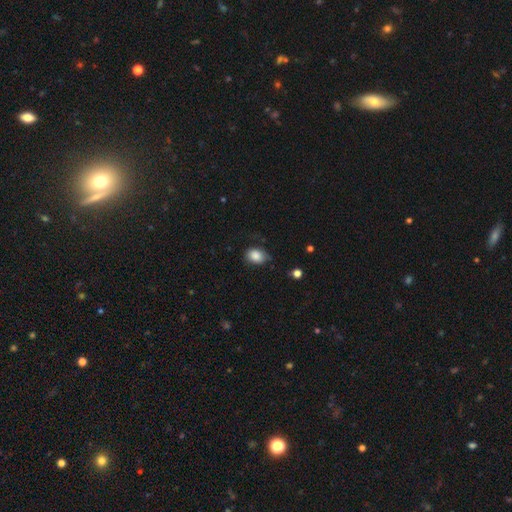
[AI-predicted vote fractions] The model was most divided on "merging": none: 63%, minor disturbance: 27%, major disturbance: 8%, merger: 2%. More confident: smooth or featured — smooth (85%); how rounded — in between (72%).